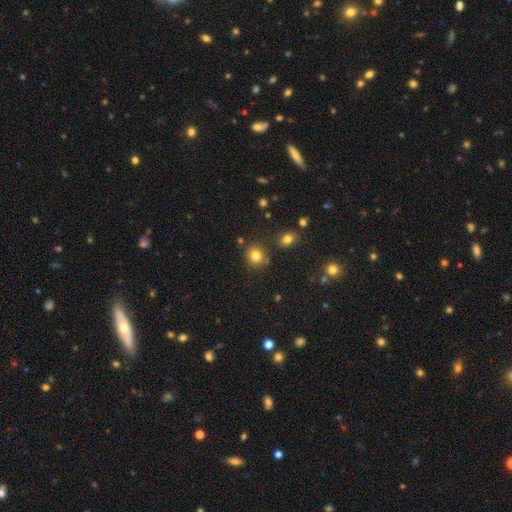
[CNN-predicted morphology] This is clearly a smooth galaxy (81%). How rounded: likely round (77%). Merging: clearly none (80%).